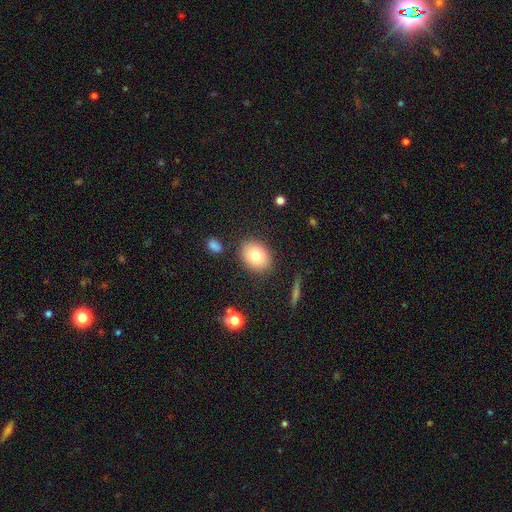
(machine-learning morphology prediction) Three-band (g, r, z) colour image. It shows a smooth galaxy with no disk features (78%) that is in between round and cigar-shaped (66%). Merging: none (85%).